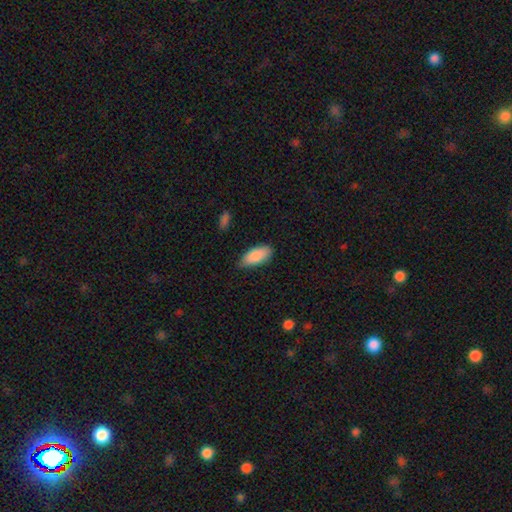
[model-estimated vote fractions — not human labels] This appears to be a smooth galaxy with no disk features (88%) that is in between round and cigar-shaped (88%). Merging: none (76%).